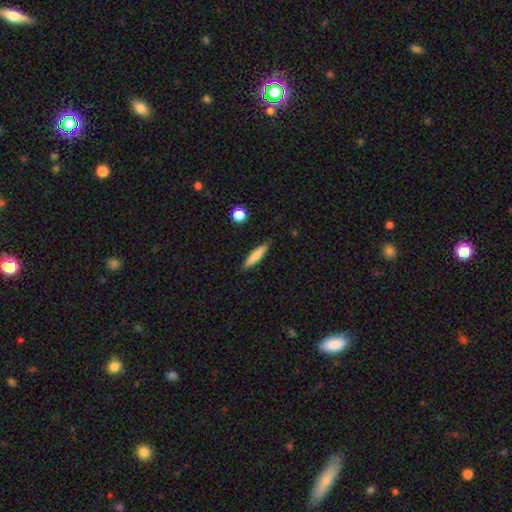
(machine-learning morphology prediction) type=smooth (75%); roundness=cigar-shaped (84%); merging=none (87%).